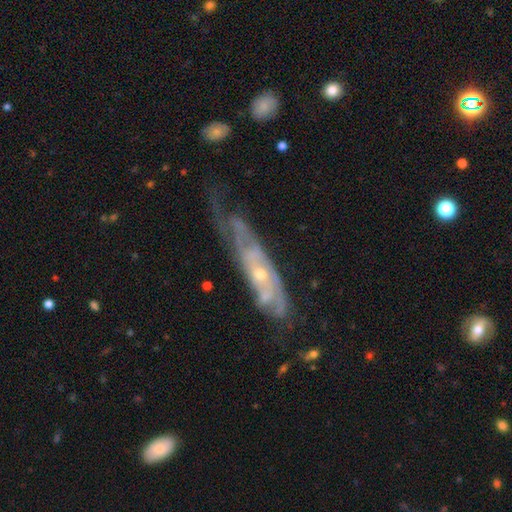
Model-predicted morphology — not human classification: featured or disk 80%, smooth 13%, star or artifact 7%. Down the decision tree: edge-on disk — no (72%); bar — no (72%); spiral arms — yes (87%); spiral arm count — can't tell (52%); spiral winding — tight (60%); bulge size — small (64%); merging — none (50%).